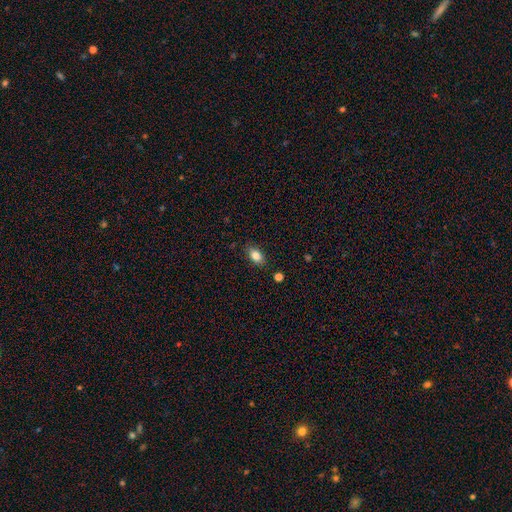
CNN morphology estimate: smooth 82%, featured or disk 9%, star or artifact 9%. Down the decision tree: how rounded — in between (84%); merging — none (84%).